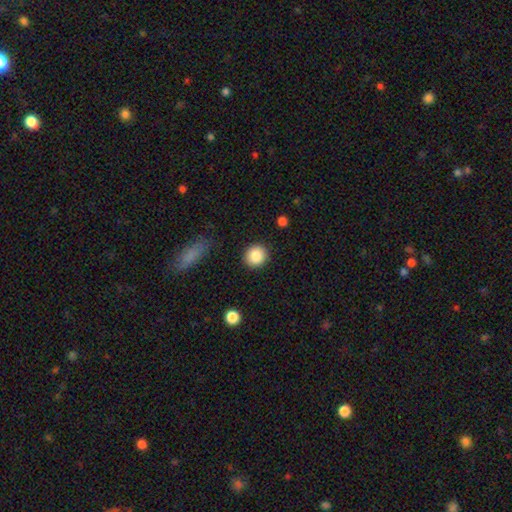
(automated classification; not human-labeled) A smooth galaxy with no disk features (87%) that is round (89%). Merging: none (89%).